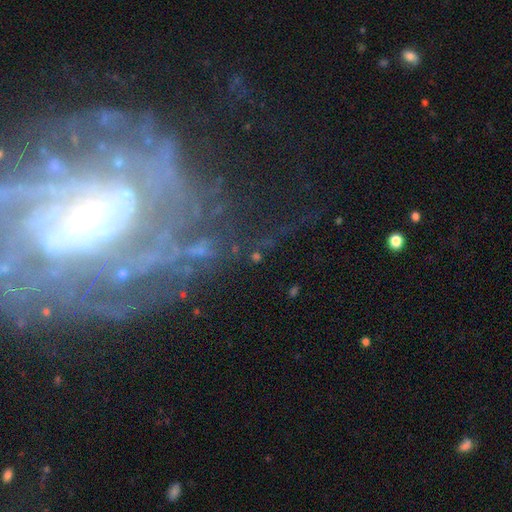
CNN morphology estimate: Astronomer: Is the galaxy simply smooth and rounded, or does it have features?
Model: featured or disk — 51% (runner-up: star or artifact, 32%).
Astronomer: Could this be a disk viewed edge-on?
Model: no — 91%.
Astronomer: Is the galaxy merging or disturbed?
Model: none — 59%.